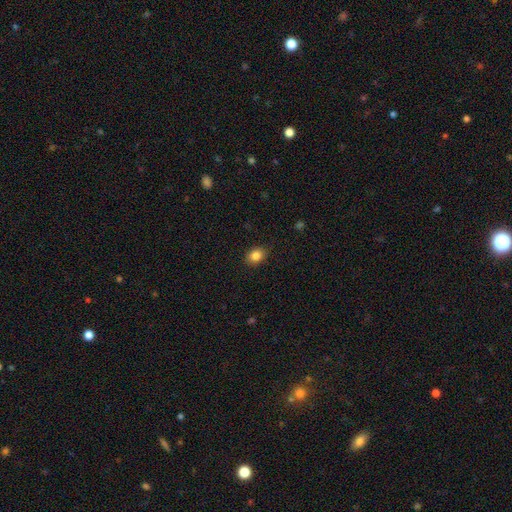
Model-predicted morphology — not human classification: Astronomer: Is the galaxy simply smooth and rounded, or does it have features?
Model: smooth — 85%.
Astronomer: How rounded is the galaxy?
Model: in between — 57% (runner-up: round, 42%).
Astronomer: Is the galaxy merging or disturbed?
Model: none — 88%.